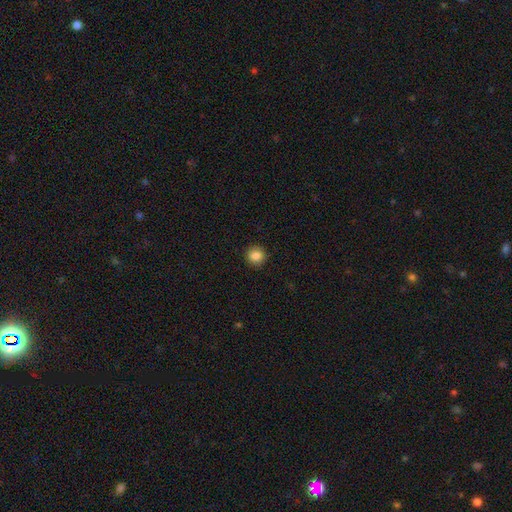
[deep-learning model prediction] Overall: smooth (86%). How rounded: round (93%). Merging: none (92%).